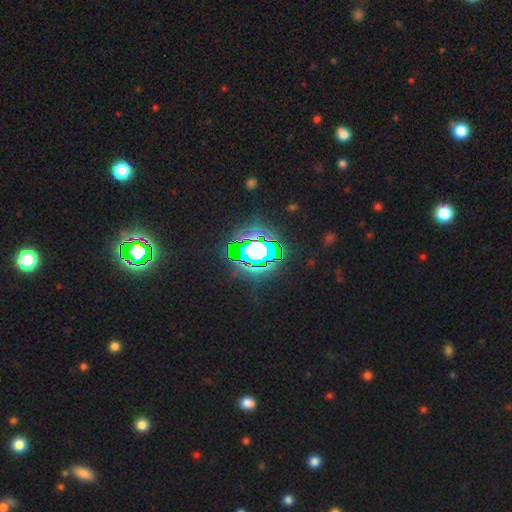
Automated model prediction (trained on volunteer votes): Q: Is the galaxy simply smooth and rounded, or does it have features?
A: star or artifact — 67%.